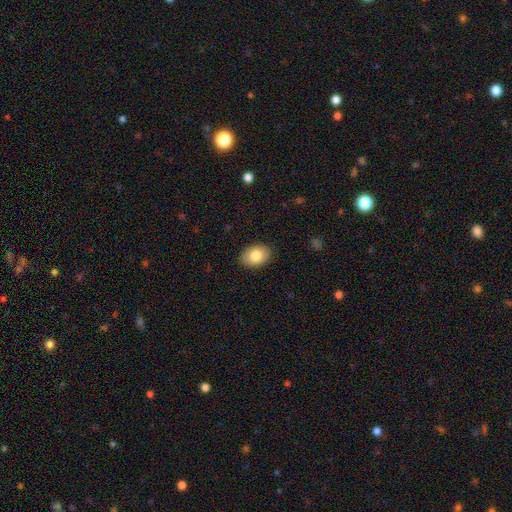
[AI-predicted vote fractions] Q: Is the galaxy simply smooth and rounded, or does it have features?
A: smooth — 81%.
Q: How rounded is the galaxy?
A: in between — 80%.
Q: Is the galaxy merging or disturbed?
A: none — 88%.